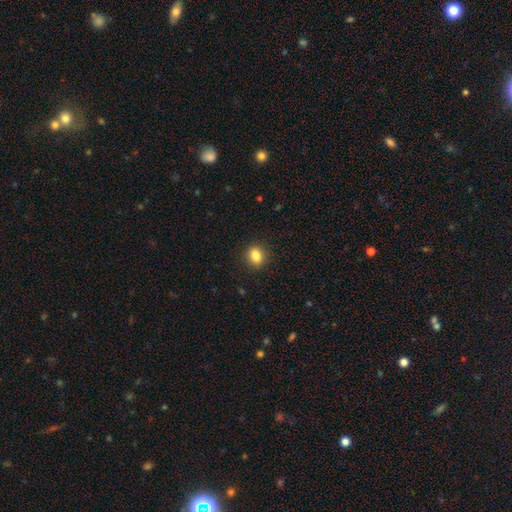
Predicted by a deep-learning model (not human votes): Smooth or featured? smooth (84%)
How rounded? round (60%)
Merging? none (90%)